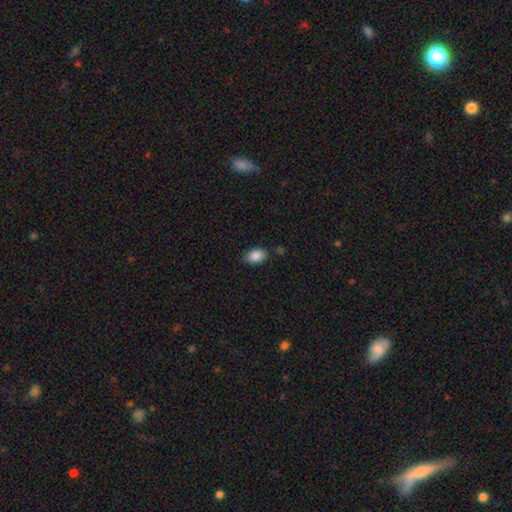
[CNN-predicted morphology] This appears to be a smooth galaxy with no disk features (88%) that is in between round and cigar-shaped (85%). Merging: none (79%).